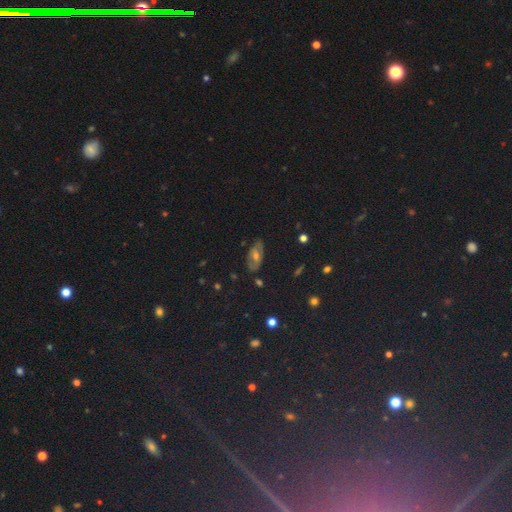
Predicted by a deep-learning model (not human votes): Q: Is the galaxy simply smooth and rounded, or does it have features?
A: featured or disk — 39%.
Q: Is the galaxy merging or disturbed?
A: none — 78%.